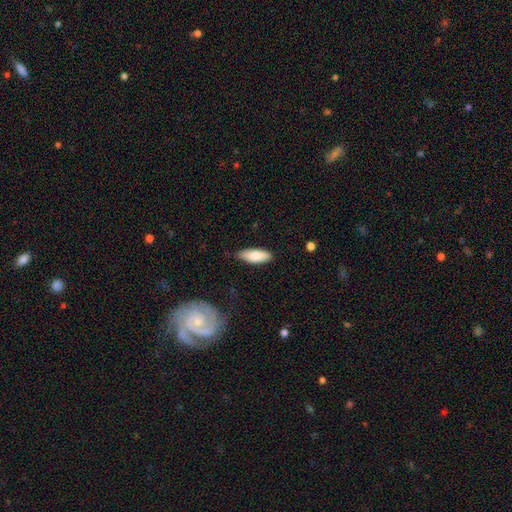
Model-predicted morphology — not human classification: Q: Smooth or featured?
A: smooth (83%); runner-up: featured or disk (12%)
Q: How rounded?
A: in between (73%); runner-up: cigar-shaped (25%)
Q: Merging?
A: none (78%); runner-up: minor disturbance (18%)